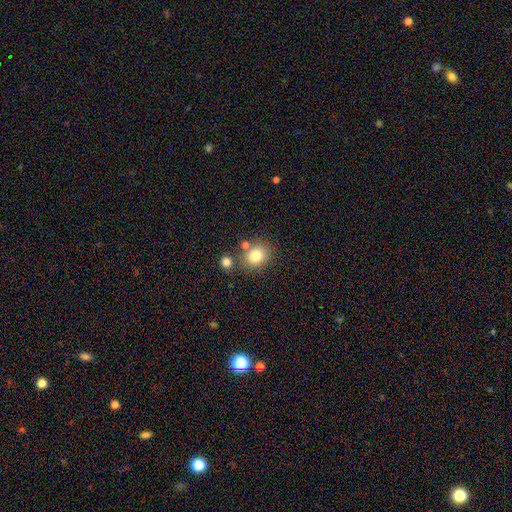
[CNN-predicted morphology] Smooth or featured? Predicted: smooth (p=0.79). How rounded? Predicted: round (p=0.70). Merging? Predicted: none (p=0.71).